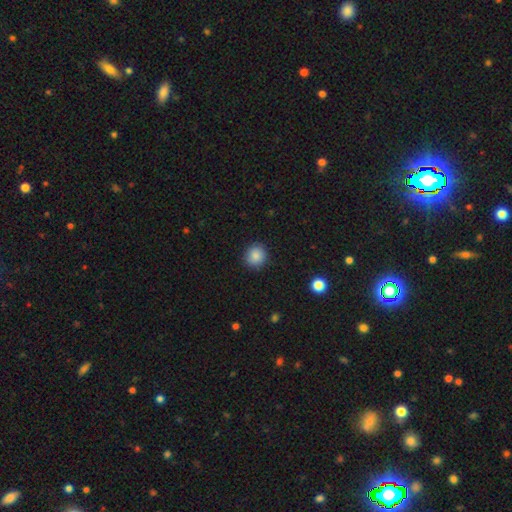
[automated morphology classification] A smooth galaxy with no disk features (87%) that is round (90%).

Vote fractions:
- Smooth or featured? smooth: 87% / star or artifact: 9% / featured or disk: 4%
- How rounded? round: 90% / in between: 9% / cigar-shaped: 1%
- Merging? none: 90% / minor disturbance: 7% / major disturbance: 2% / merger: 1%